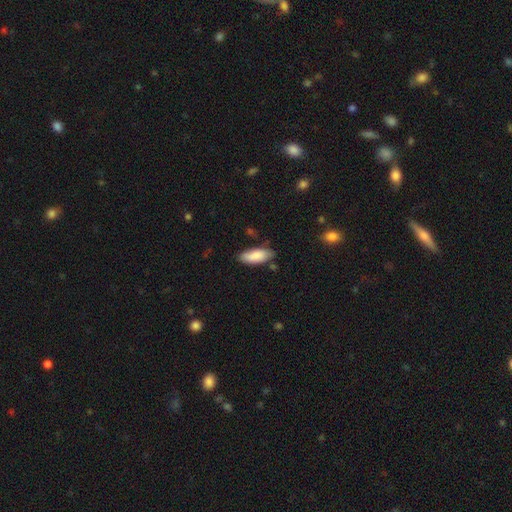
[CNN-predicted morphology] The model was most divided on "merging": none: 73%, minor disturbance: 20%, major disturbance: 4%, merger: 3%. More confident: smooth or featured — smooth (86%); how rounded — in between (77%).